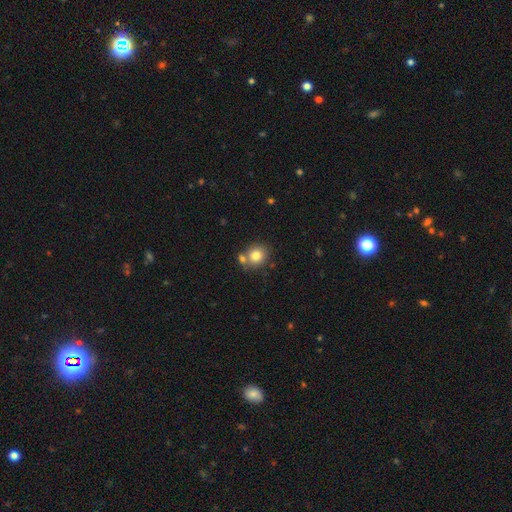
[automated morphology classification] This appears to be a smooth galaxy with no disk features (80%) that is round (78%). Merging: none (60%).